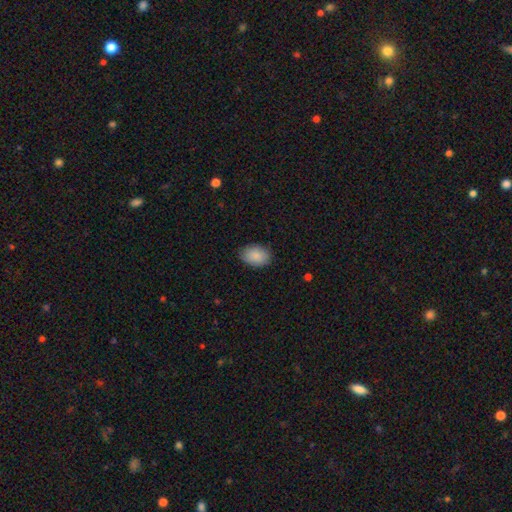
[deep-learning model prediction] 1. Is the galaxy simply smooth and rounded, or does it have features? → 89% smooth, 6% star or artifact, 4% featured or disk.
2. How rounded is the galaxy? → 81% in between, 18% round, 1% cigar-shaped.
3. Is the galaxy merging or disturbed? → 85% none, 12% minor disturbance, 2% major disturbance, 1% merger.